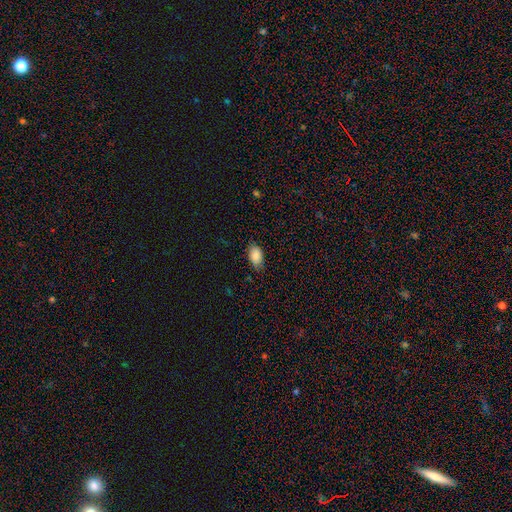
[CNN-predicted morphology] smooth-or-featured: smooth: 87% | star or artifact: 8% | featured or disk: 5%
  how-rounded: in between: 90% | round: 8% | cigar-shaped: 2%
  merging: none: 76% | minor disturbance: 19% | major disturbance: 4% | merger: 1%